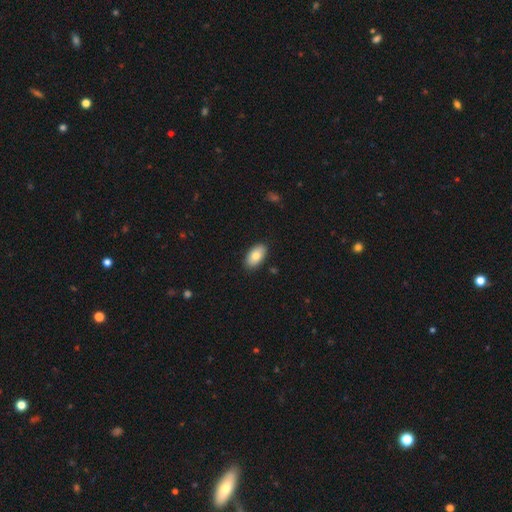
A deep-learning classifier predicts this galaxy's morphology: smooth-or-featured: smooth: 80% | featured or disk: 14% | star or artifact: 6%
  how-rounded: in between: 94% | round: 4% | cigar-shaped: 2%
  merging: none: 88% | minor disturbance: 9% | major disturbance: 2% | merger: 1%